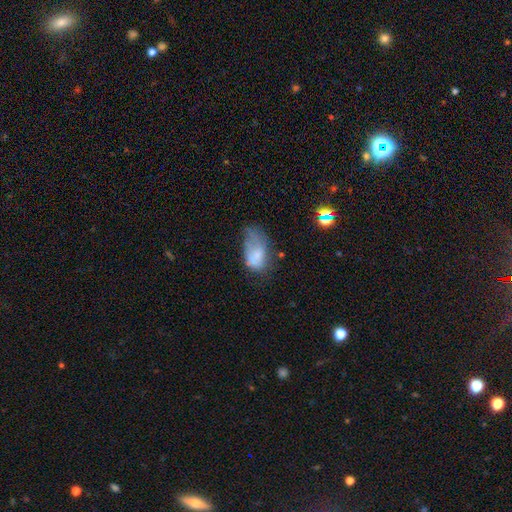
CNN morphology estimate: Overall: smooth (64%; featured or disk 26%). How rounded: in between (91%). Merging: major disturbance (42%; minor disturbance 32%).